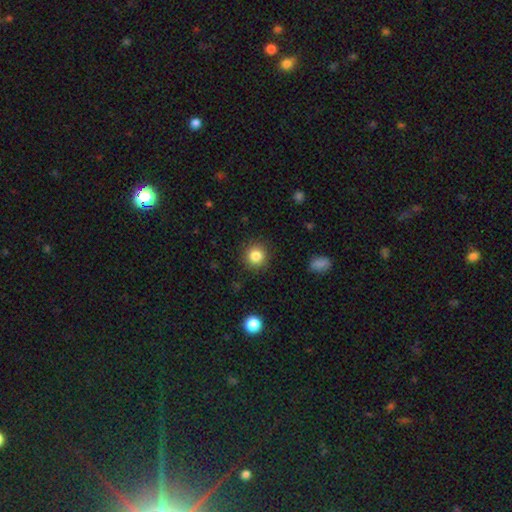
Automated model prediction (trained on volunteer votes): Smooth or featured: smooth — 84% (star or artifact — 10%)
How rounded: round — 93% (in between — 6%)
Merging: none — 90% (minor disturbance — 7%)